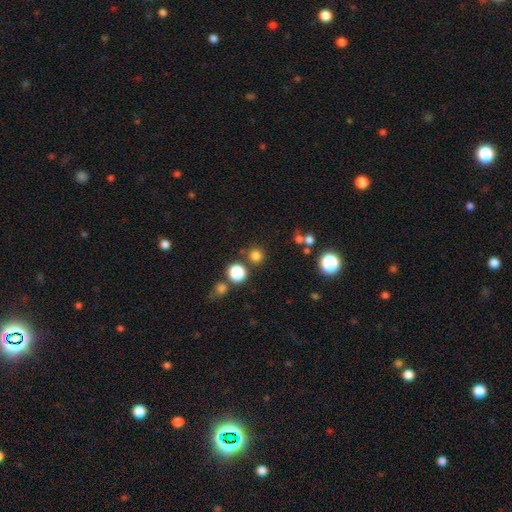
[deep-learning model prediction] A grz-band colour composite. It shows a smooth galaxy with no disk features (76%) that is round (94%). Merging: none (84%).